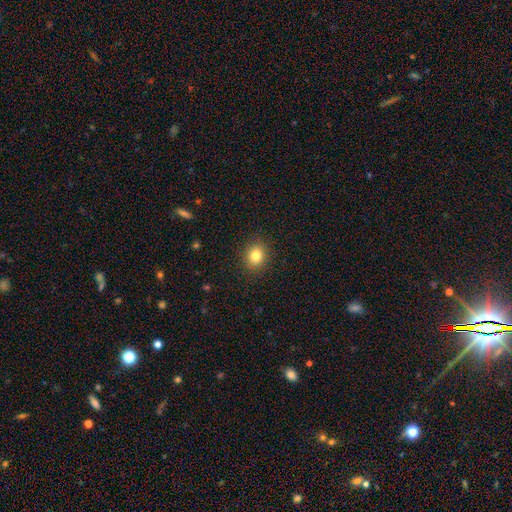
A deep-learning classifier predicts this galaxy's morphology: Smooth or featured?
  - smooth: 82% *
  - star or artifact: 11%
  - featured or disk: 7%
How rounded?
  - round: 65% *
  - in between: 34%
  - cigar-shaped: 1%
Merging?
  - none: 89% *
  - minor disturbance: 7%
  - major disturbance: 2%
  - merger: 1%